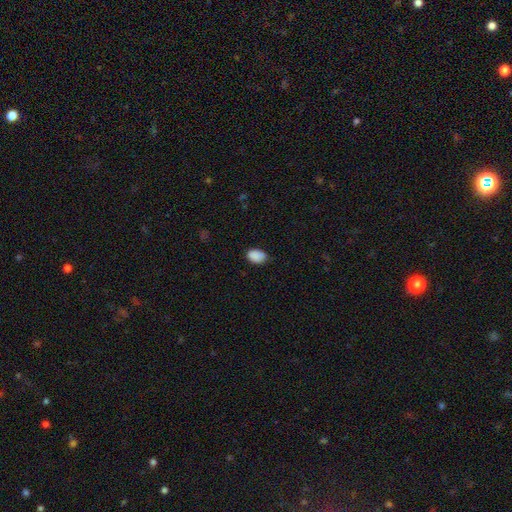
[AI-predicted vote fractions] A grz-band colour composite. It shows a smooth galaxy with no disk features (89%) that is in between round and cigar-shaped (85%). Merging: none (77%).